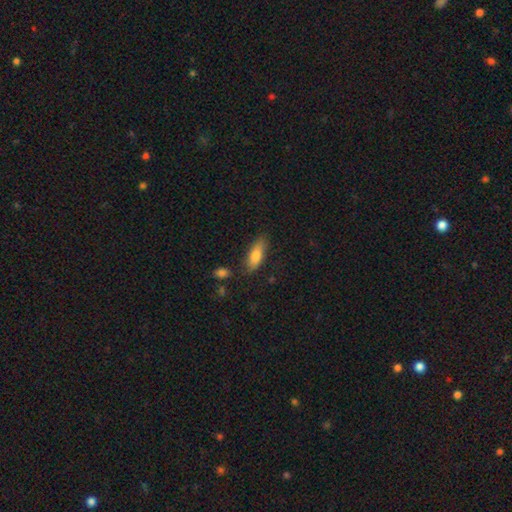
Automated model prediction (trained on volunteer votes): A smooth galaxy with no disk features (78%) that is in between round and cigar-shaped (67%).

Vote fractions:
- Smooth or featured? smooth: 78% / featured or disk: 15% / star or artifact: 7%
- How rounded? in between: 67% / cigar-shaped: 30% / round: 3%
- Merging? none: 78% / minor disturbance: 15% / major disturbance: 3% / merger: 3%